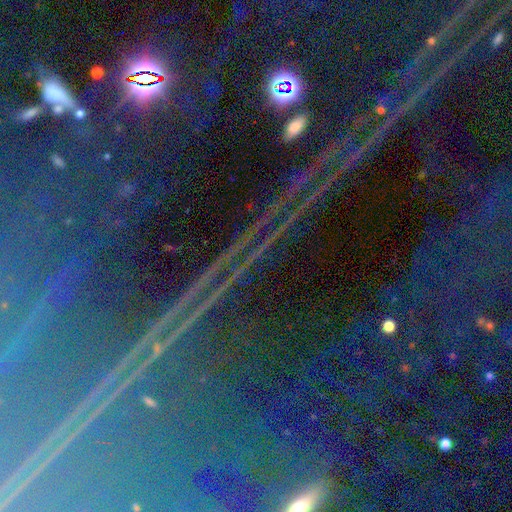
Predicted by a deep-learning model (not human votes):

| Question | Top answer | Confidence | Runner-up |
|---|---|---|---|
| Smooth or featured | star or artifact | 88% | featured or disk (6%) |